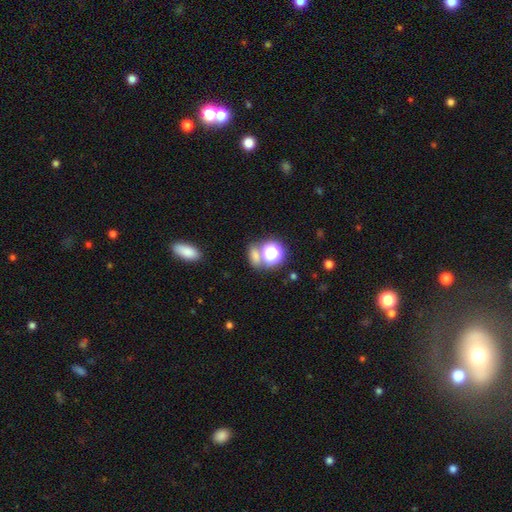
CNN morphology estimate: smooth-or-featured: smooth: 64% | star or artifact: 26% | featured or disk: 9%
  how-rounded: round: 48% | in between: 47% | cigar-shaped: 5%
  merging: none: 58% | merger: 27% | minor disturbance: 10% | major disturbance: 5%